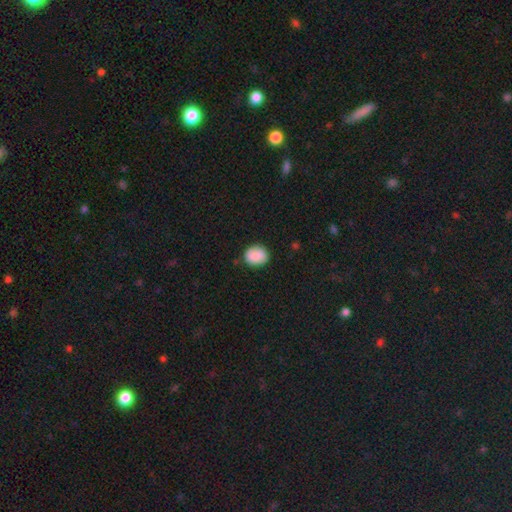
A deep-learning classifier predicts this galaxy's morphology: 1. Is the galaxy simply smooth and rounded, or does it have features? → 88% smooth, 8% star or artifact, 5% featured or disk.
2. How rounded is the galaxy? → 67% round, 33% in between, 1% cigar-shaped.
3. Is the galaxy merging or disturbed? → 85% none, 11% minor disturbance, 2% major disturbance, 1% merger.